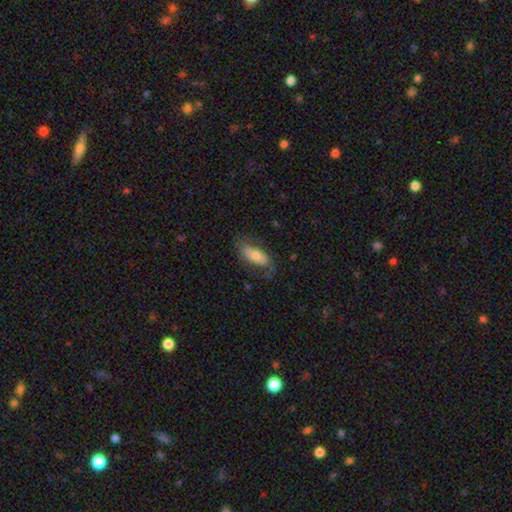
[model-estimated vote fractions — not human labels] Smooth or featured? Predicted: smooth (p=0.52). How rounded? Predicted: in between (p=0.81). Merging? Predicted: none (p=0.62).